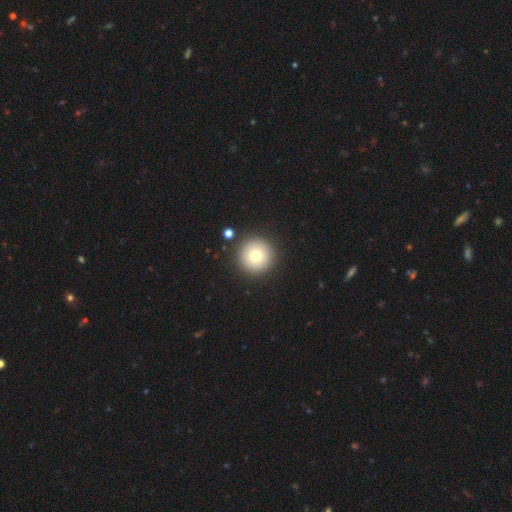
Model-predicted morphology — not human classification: Q: Smooth or featured?
A: smooth (75%); runner-up: featured or disk (15%)
Q: How rounded?
A: round (97%); runner-up: in between (2%)
Q: Merging?
A: none (90%); runner-up: minor disturbance (6%)